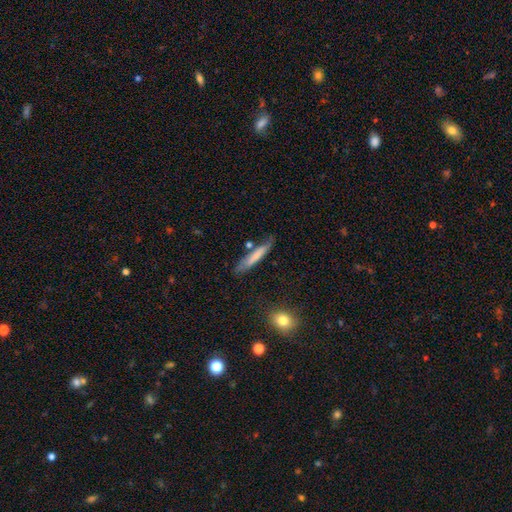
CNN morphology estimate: Q: Smooth or featured?
A: smooth (68%); runner-up: featured or disk (26%)
Q: How rounded?
A: cigar-shaped (90%); runner-up: in between (8%)
Q: Merging?
A: none (71%); runner-up: minor disturbance (18%)